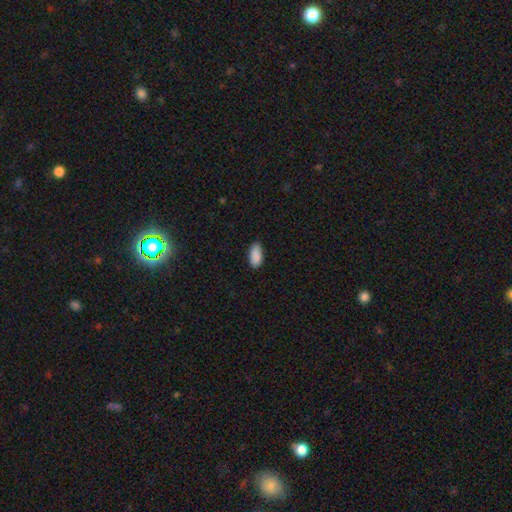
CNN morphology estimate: smooth 90%, star or artifact 7%, featured or disk 4%. Down the decision tree: how rounded — in between (89%); merging — none (83%).